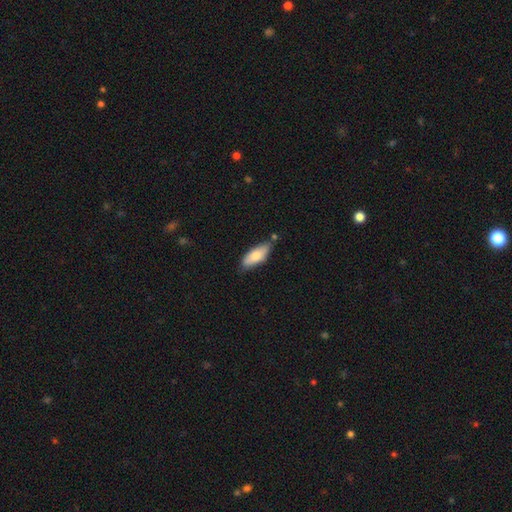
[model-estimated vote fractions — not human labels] This is likely a smooth galaxy (75%). How rounded: likely in between (74%). Merging: likely none (67%).